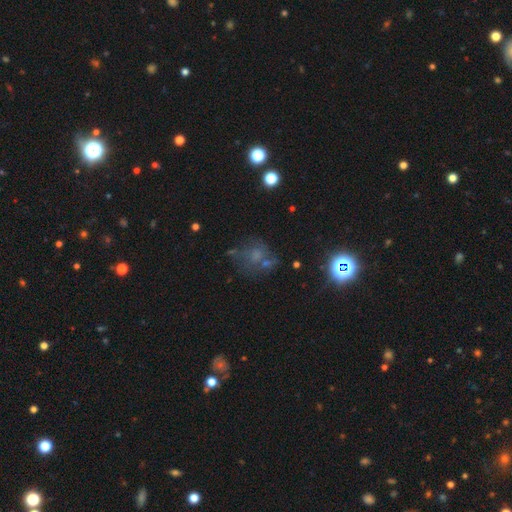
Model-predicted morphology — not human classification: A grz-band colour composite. It shows a smooth galaxy with no disk features (39%). Merging: none (52%).